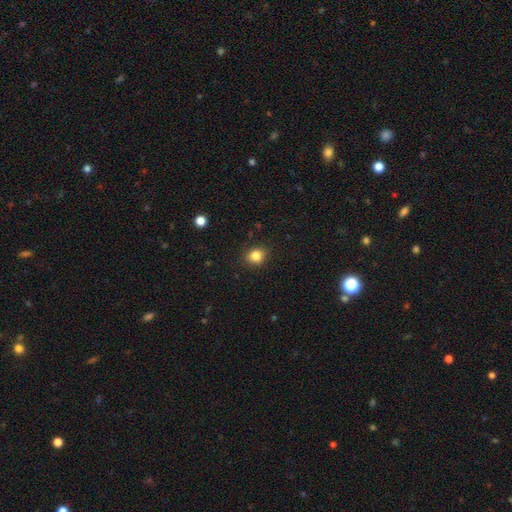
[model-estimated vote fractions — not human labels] Morphology: type=smooth (84%); roundness=round (71%); merging=none (86%).